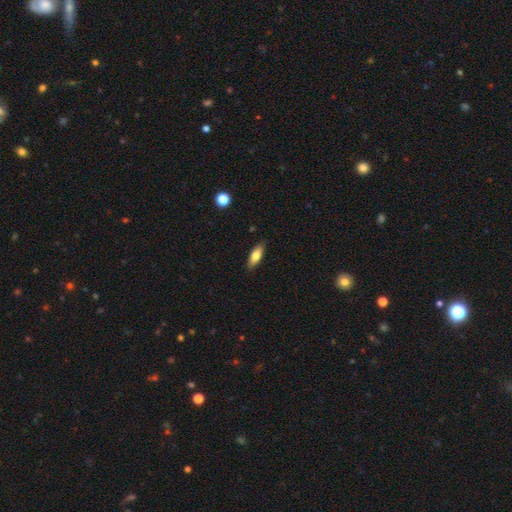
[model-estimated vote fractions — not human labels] Smooth or featured? Predicted: smooth (p=0.76). How rounded? Predicted: in between (p=0.68). Merging? Predicted: none (p=0.87).